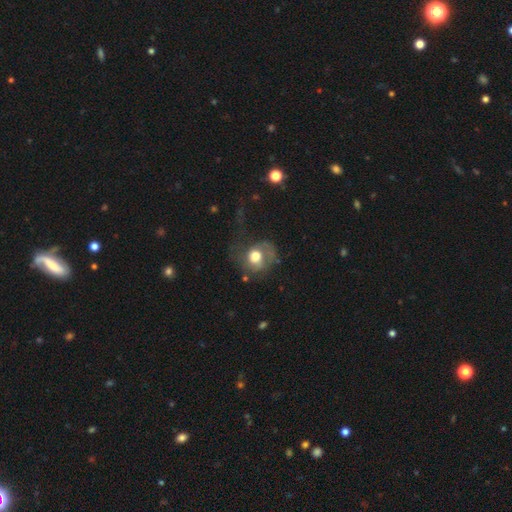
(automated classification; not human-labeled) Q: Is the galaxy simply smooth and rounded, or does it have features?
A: smooth — 50%.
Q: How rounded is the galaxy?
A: round — 67%.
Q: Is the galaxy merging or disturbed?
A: major disturbance — 44%.